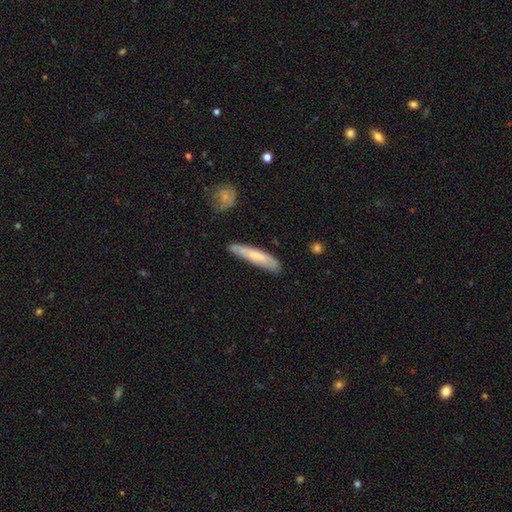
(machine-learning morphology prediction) The model was most divided on "smooth or featured": smooth: 69%, featured or disk: 26%, star or artifact: 6%. More confident: how rounded — cigar-shaped (87%); merging — none (75%).